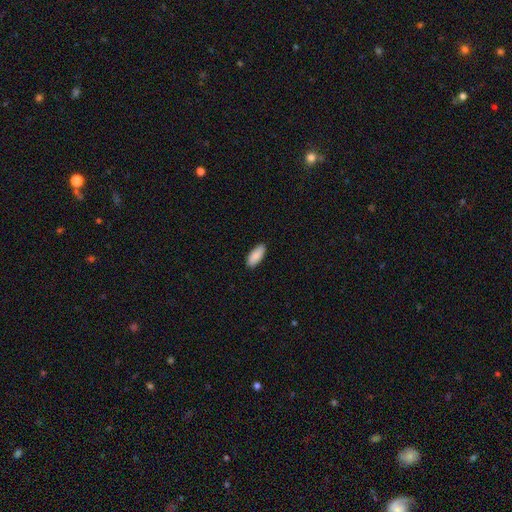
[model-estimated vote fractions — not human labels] Q: Smooth or featured?
A: smooth (90%); runner-up: star or artifact (6%)
Q: How rounded?
A: in between (82%); runner-up: cigar-shaped (16%)
Q: Merging?
A: none (89%); runner-up: minor disturbance (8%)